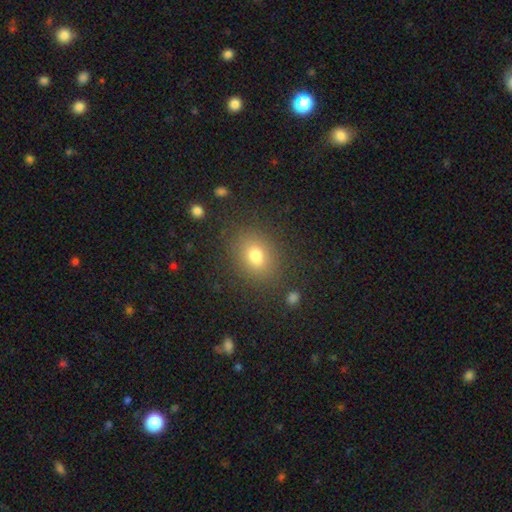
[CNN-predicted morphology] The model was most divided on "how rounded": in between: 56%, round: 43%, cigar-shaped: 1%. More confident: merging — none (84%); smooth or featured — smooth (78%).